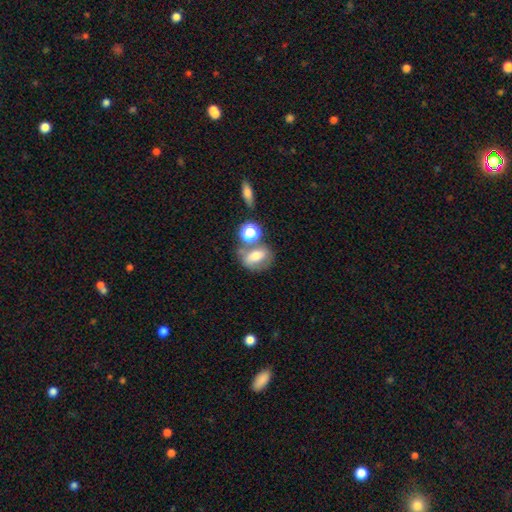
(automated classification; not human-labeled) smooth_or_featured: smooth (p=0.56) [alt: featured or disk p=0.31]
how_rounded: in between (p=0.63) [alt: round p=0.35]
merging: none (p=0.50) [alt: merger p=0.25]